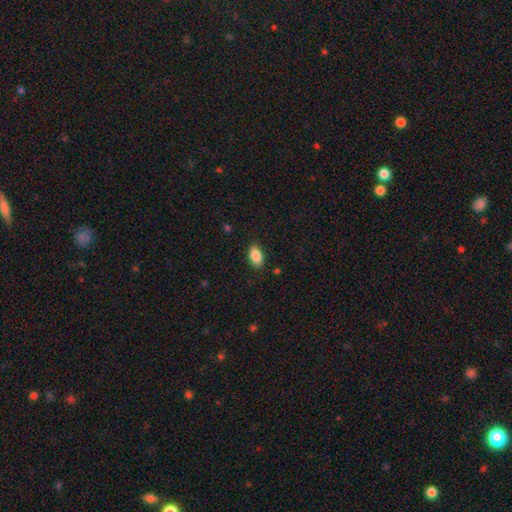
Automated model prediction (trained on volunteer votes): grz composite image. It shows a smooth galaxy with no disk features (87%) that is in between round and cigar-shaped (92%). Merging: none (87%).